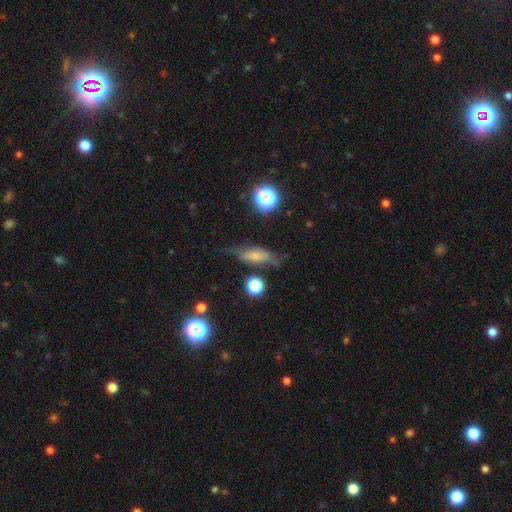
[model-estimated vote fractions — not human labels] smooth 52%, featured or disk 36%, star or artifact 12%. Down the decision tree: how rounded — in between (52%); merging — none (63%).